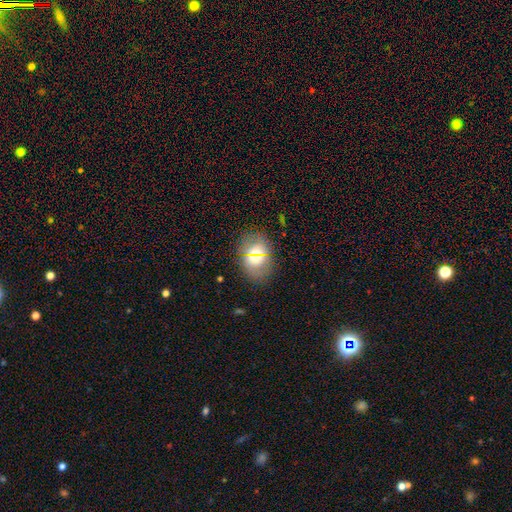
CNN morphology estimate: Smooth or featured? Predicted: smooth (p=0.62). How rounded? Predicted: in between (p=0.62). Merging? Predicted: none (p=0.82).